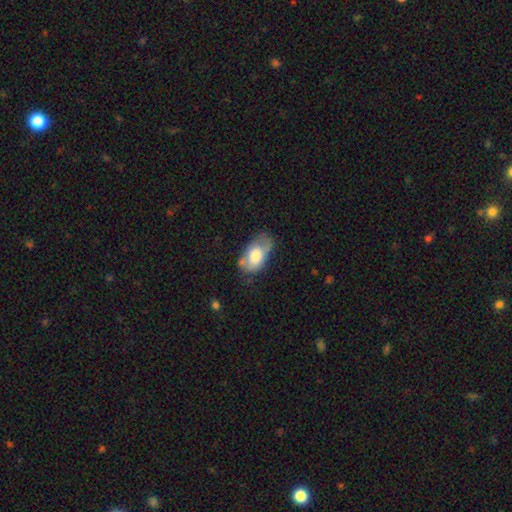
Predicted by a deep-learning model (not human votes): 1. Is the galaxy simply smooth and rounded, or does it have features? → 68% smooth, 26% featured or disk, 7% star or artifact.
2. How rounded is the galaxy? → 92% in between, 7% round, 2% cigar-shaped.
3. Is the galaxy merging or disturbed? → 44% none, 35% minor disturbance, 15% major disturbance, 6% merger.